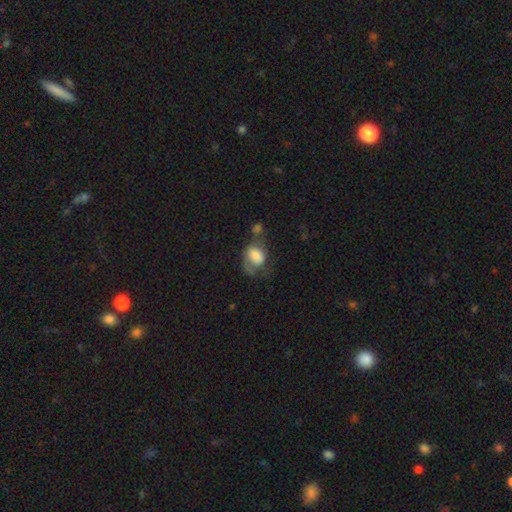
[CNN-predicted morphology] A smooth galaxy with no disk features (62%) that is in between round and cigar-shaped (69%).

Vote fractions:
- Smooth or featured? smooth: 62% / featured or disk: 30% / star or artifact: 8%
- How rounded? in between: 69% / round: 30% / cigar-shaped: 1%
- Merging? major disturbance: 30% / none: 29% / minor disturbance: 24% / merger: 18%